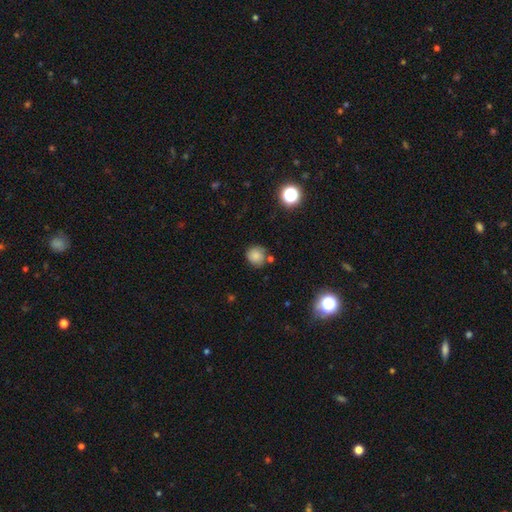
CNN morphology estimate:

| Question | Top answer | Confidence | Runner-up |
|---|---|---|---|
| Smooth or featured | smooth | 79% | star or artifact (13%) |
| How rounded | round | 85% | in between (14%) |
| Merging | none | 74% | minor disturbance (15%) |